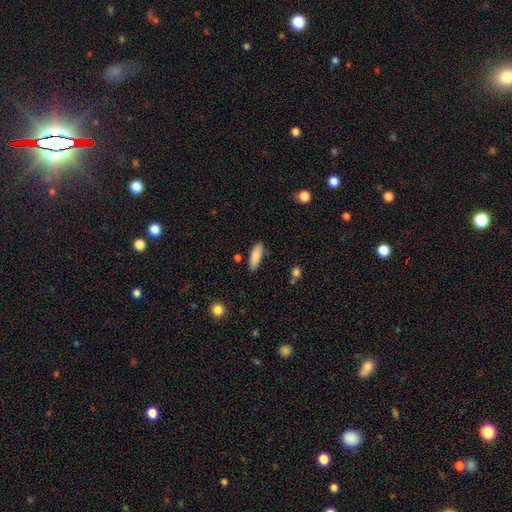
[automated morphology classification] Q: Smooth or featured?
A: smooth (86%); runner-up: featured or disk (7%)
Q: How rounded?
A: in between (60%); runner-up: cigar-shaped (38%)
Q: Merging?
A: none (79%); runner-up: minor disturbance (15%)